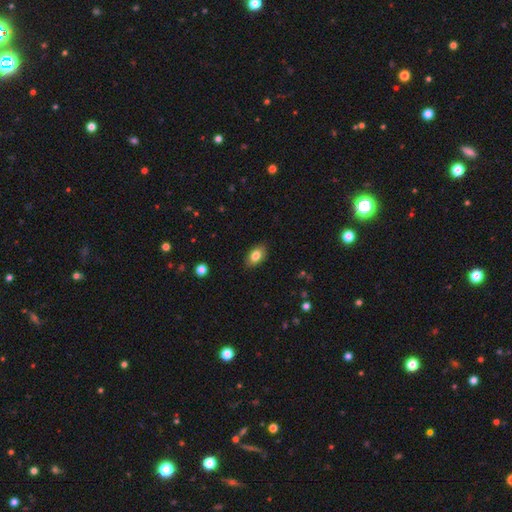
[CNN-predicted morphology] Smooth or featured: smooth — 82% (featured or disk — 10%)
How rounded: in between — 88% (round — 10%)
Merging: none — 86% (minor disturbance — 11%)